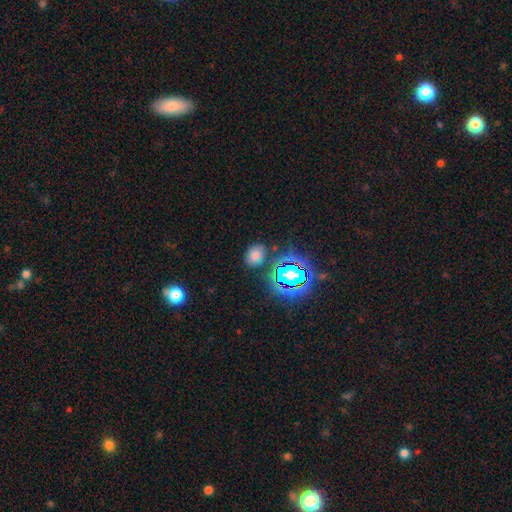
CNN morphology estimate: A smooth galaxy with no disk features (65%) that is in between round and cigar-shaped (61%). Merging: none (81%).